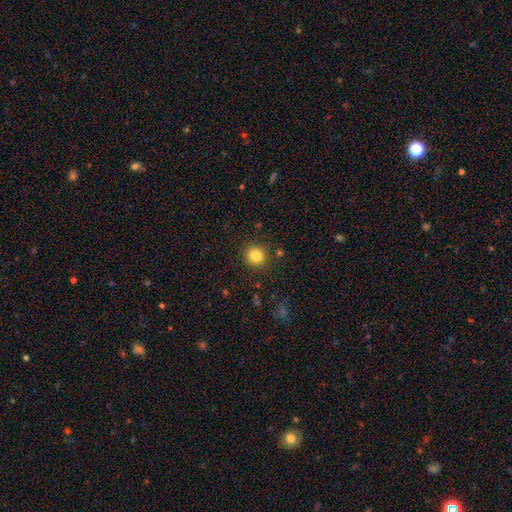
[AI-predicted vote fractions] Smooth or featured? smooth (83%)
How rounded? round (91%)
Merging? none (89%)